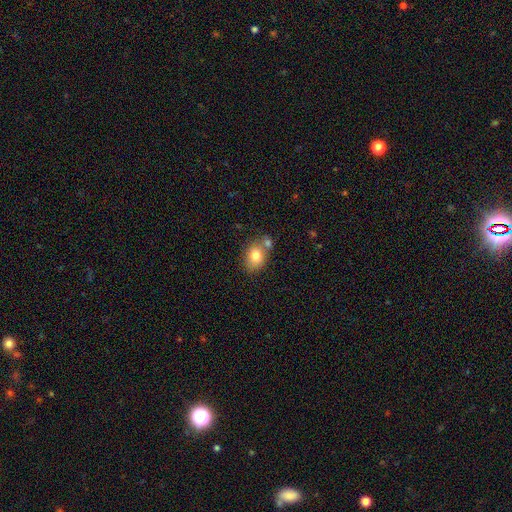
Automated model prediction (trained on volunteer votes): This is likely a smooth galaxy (78%). How rounded: likely in between (62%). Merging: possibly none (56%).